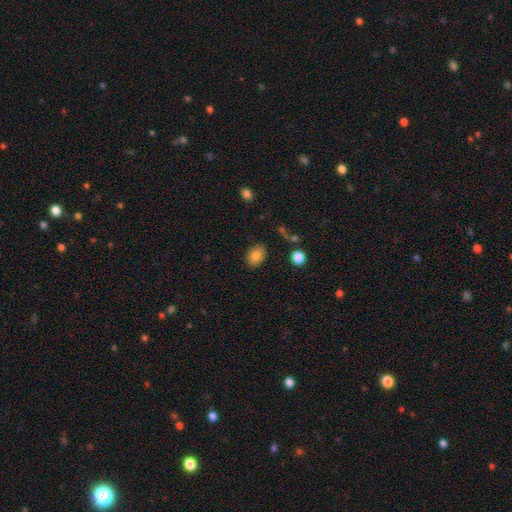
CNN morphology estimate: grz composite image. It shows a smooth galaxy with no disk features (83%) that is in between round and cigar-shaped (75%). Merging: none (85%).